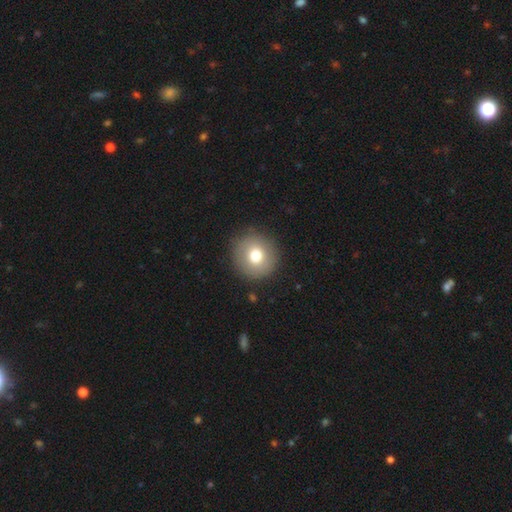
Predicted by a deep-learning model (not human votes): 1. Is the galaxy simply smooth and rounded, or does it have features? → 74% smooth, 16% featured or disk, 10% star or artifact.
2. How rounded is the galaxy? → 94% round, 5% in between, 1% cigar-shaped.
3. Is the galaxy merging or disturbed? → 90% none, 7% minor disturbance, 3% major disturbance, 1% merger.